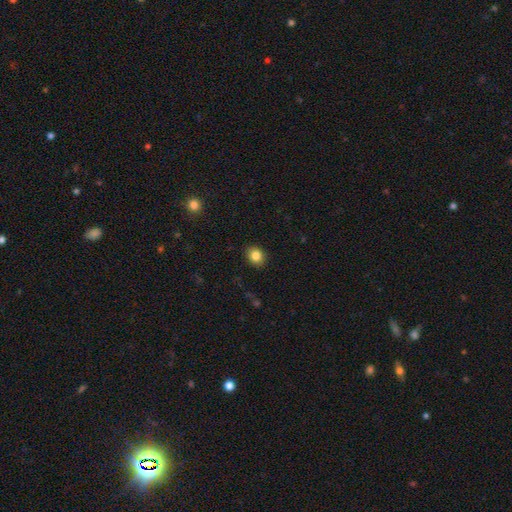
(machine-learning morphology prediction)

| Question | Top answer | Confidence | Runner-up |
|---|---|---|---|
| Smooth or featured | smooth | 83% | star or artifact (10%) |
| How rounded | round | 63% | in between (36%) |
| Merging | none | 90% | minor disturbance (7%) |